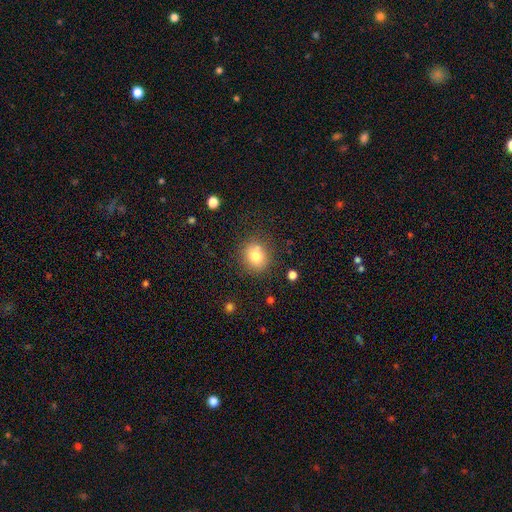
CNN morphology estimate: Smooth or featured? Predicted: smooth (p=0.80). How rounded? Predicted: round (p=0.76). Merging? Predicted: none (p=0.80).